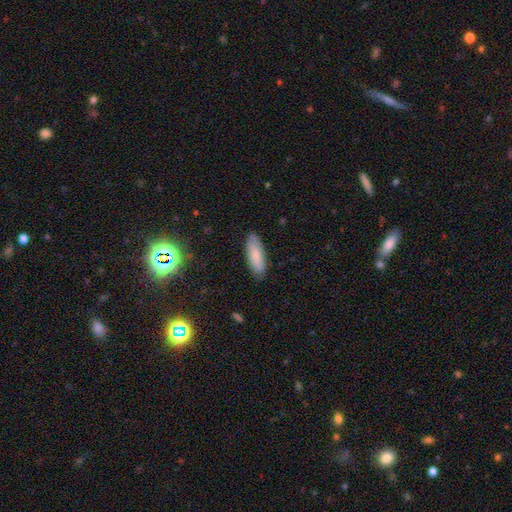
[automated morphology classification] The model was most divided on "how rounded": in between: 60%, cigar-shaped: 38%, round: 2%. More confident: merging — none (85%); smooth or featured — smooth (82%).